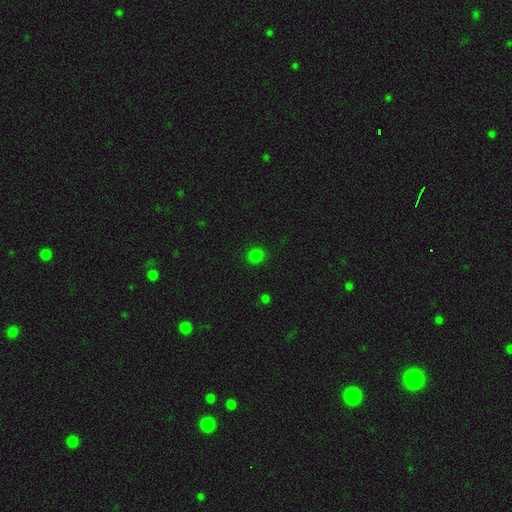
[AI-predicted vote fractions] Smooth or featured? Predicted: smooth (p=0.81). How rounded? Predicted: round (p=0.90). Merging? Predicted: none (p=0.92).